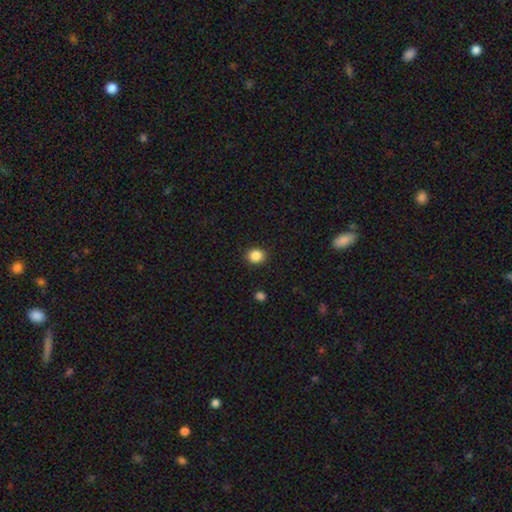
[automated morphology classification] A smooth galaxy with no disk features (86%) that is round (75%).

Vote fractions:
- Smooth or featured? smooth: 86% / star or artifact: 10% / featured or disk: 4%
- How rounded? round: 75% / in between: 24% / cigar-shaped: 1%
- Merging? none: 90% / minor disturbance: 7% / major disturbance: 2% / merger: 1%